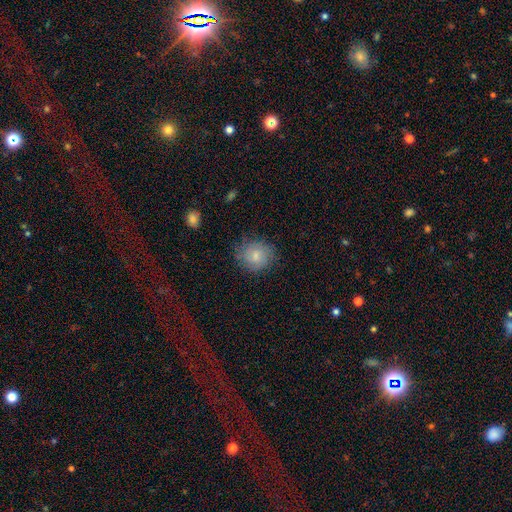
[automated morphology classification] Smooth or featured? smooth (78%)
How rounded? round (79%)
Merging? none (78%)